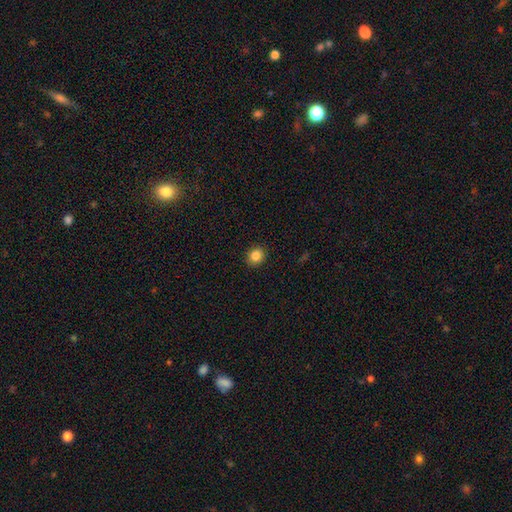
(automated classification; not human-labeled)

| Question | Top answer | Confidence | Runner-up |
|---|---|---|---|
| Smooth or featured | smooth | 85% | star or artifact (11%) |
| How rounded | round | 78% | in between (21%) |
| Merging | none | 91% | minor disturbance (6%) |